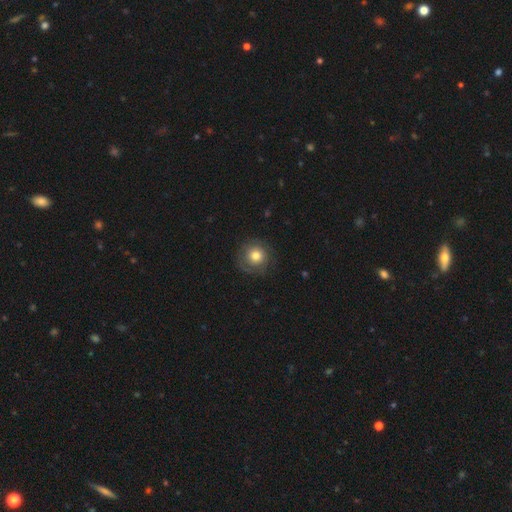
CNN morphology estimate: type=smooth (66%); roundness=round (93%); merging=none (80%).